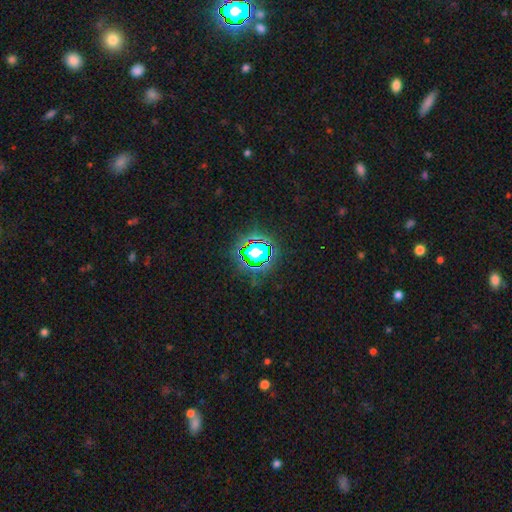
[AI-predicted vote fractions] A star or artifact, not a galaxy (79%).

Vote fractions:
- Smooth or featured? star or artifact: 79% / smooth: 14% / featured or disk: 8%